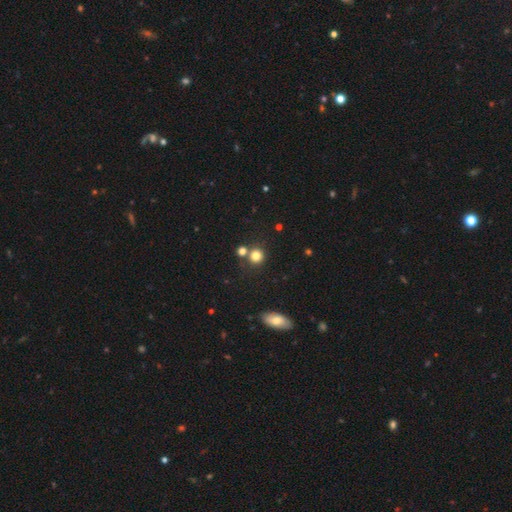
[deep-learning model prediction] Smooth or featured: smooth — 78% (star or artifact — 14%)
How rounded: round — 88% (in between — 11%)
Merging: none — 69% (merger — 19%)